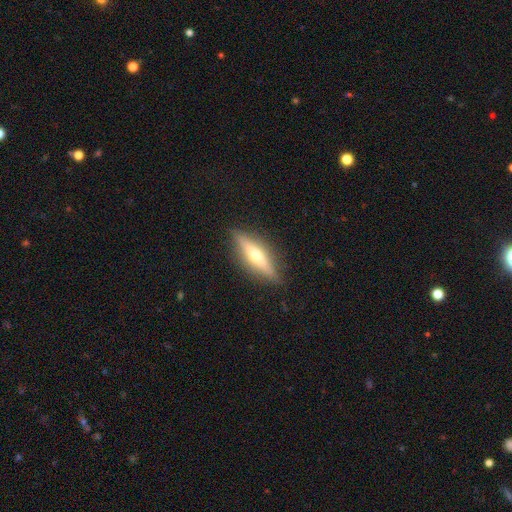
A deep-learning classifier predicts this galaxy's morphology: type=featured or disk (63%); edge-on=yes (93%); edge-on bulge=rounded (90%); merging=none (88%).